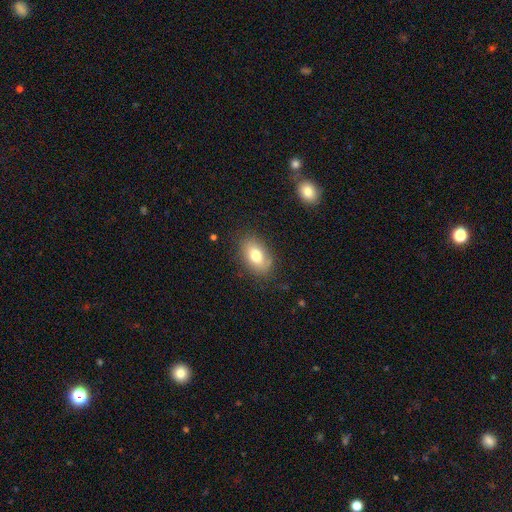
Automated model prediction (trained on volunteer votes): Morphology: type=smooth (74%); roundness=in between (87%); merging=none (80%).